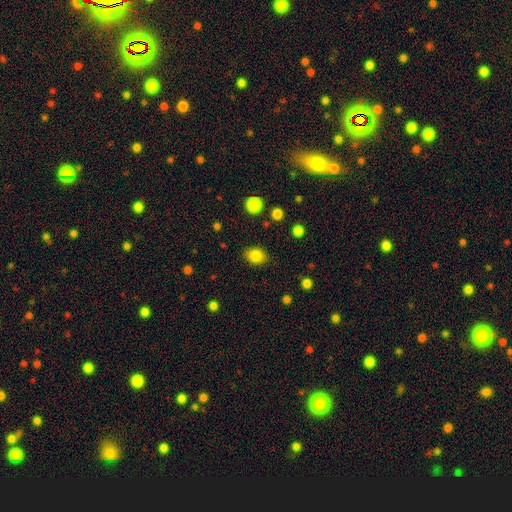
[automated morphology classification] This is clearly a smooth galaxy (84%). How rounded: possibly in between (58%). Merging: clearly none (84%).